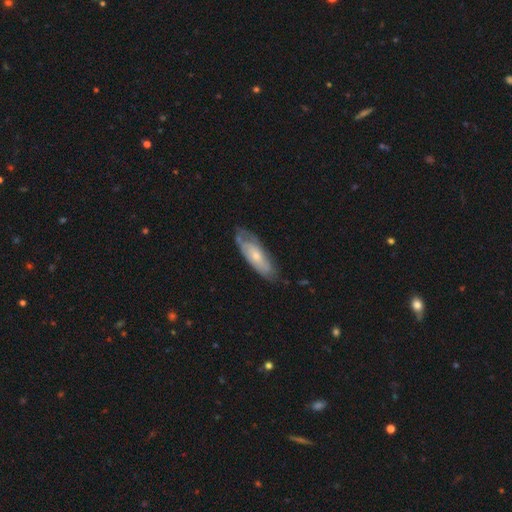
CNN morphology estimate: Smooth or featured? featured or disk (51%)
Edge-on disk? no (78%)
Merging? none (62%)